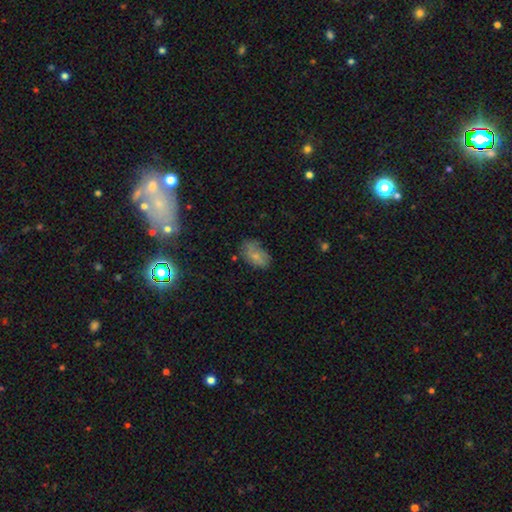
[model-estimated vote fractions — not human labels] Smooth or featured: smooth — 65% (featured or disk — 25%)
How rounded: in between — 90% (round — 8%)
Merging: none — 62% (minor disturbance — 27%)